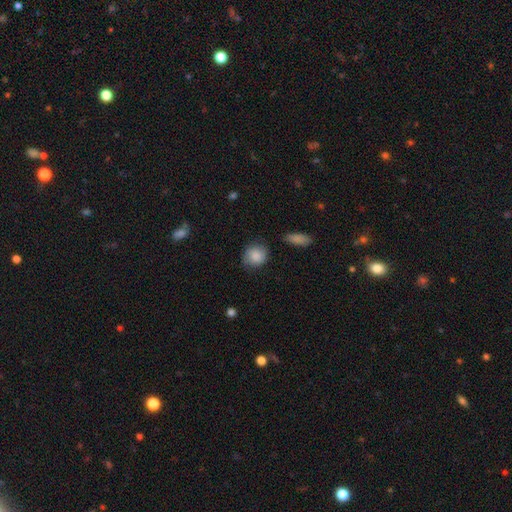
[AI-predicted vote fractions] This appears to be a smooth galaxy with no disk features (83%) that is round (78%). Merging: none (72%).